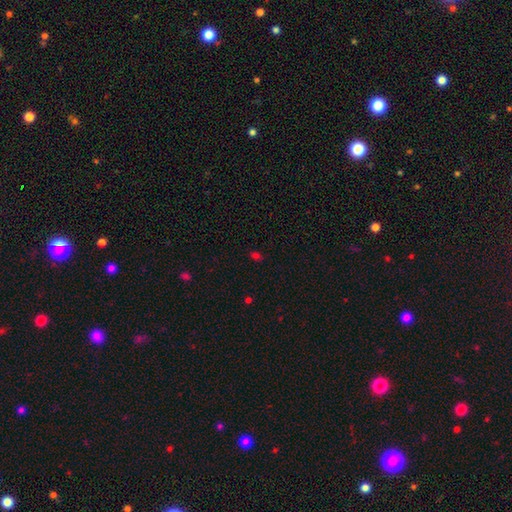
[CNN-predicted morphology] smooth-or-featured: smooth: 59% | star or artifact: 36% | featured or disk: 5%
  how-rounded: in between: 69% | round: 28% | cigar-shaped: 2%
  merging: none: 80% | minor disturbance: 12% | major disturbance: 4% | merger: 4%